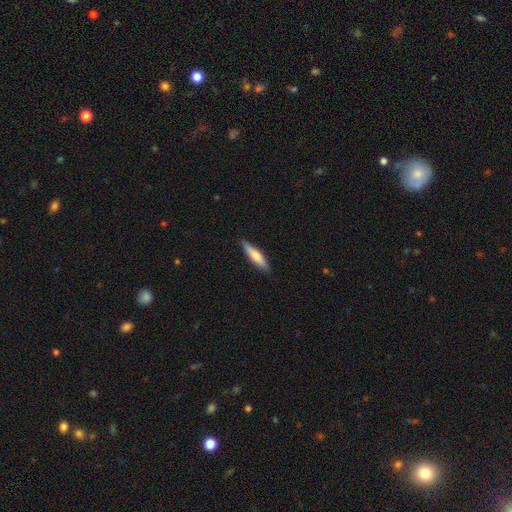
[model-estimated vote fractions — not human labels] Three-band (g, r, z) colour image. It shows a smooth galaxy with no disk features (70%) that is cigar-shaped (80%). Merging: none (87%).